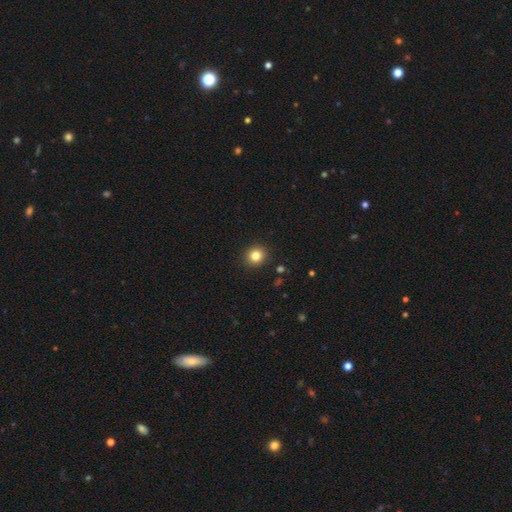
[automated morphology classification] type=smooth (82%); roundness=round (88%); merging=none (91%).